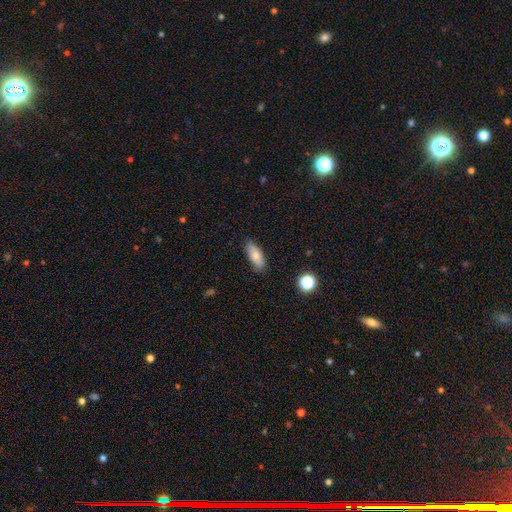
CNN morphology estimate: smooth_or_featured: smooth (p=0.79) [alt: featured or disk p=0.13]
how_rounded: in between (p=0.73) [alt: cigar-shaped p=0.24]
merging: none (p=0.83) [alt: minor disturbance p=0.13]